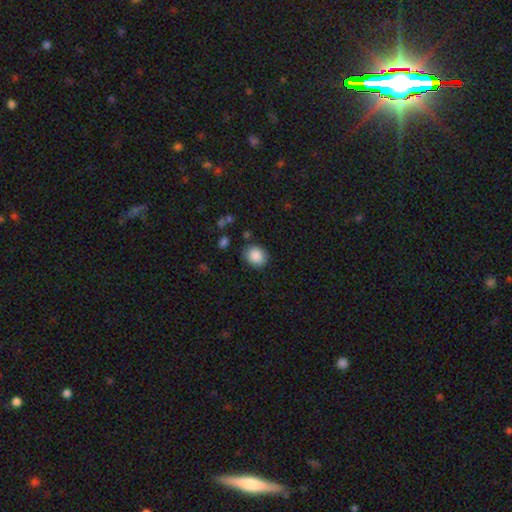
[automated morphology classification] type=smooth (88%); roundness=round (57%); merging=none (83%).